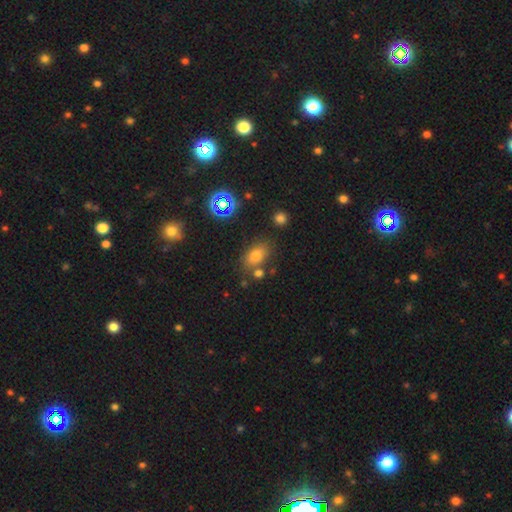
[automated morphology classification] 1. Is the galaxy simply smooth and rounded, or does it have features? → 74% smooth, 17% star or artifact, 10% featured or disk.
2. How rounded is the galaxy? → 85% in between, 12% round, 4% cigar-shaped.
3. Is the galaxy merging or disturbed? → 71% none, 14% minor disturbance, 10% merger, 5% major disturbance.